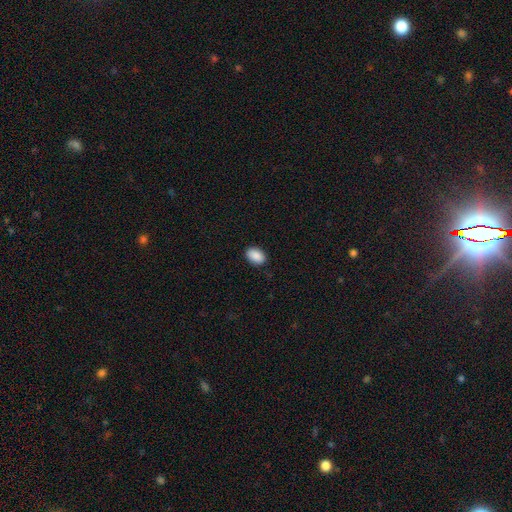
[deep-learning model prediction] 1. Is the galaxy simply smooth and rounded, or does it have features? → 90% smooth, 7% star or artifact, 3% featured or disk.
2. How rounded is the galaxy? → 87% in between, 11% round, 1% cigar-shaped.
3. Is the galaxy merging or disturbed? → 89% none, 8% minor disturbance, 2% major disturbance, 1% merger.